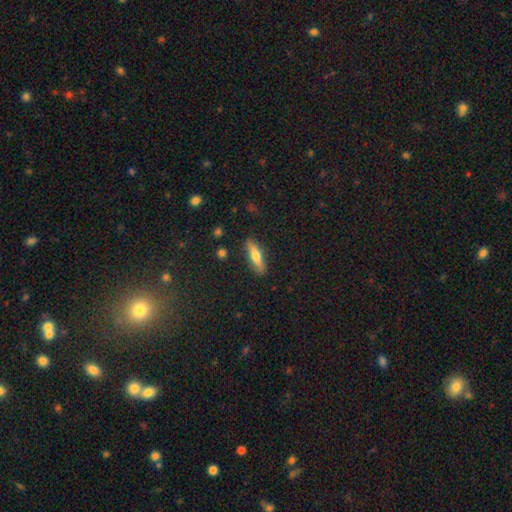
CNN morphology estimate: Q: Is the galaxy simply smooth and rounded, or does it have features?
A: smooth — 58%.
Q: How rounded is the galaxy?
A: cigar-shaped — 71%.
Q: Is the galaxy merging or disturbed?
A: none — 88%.